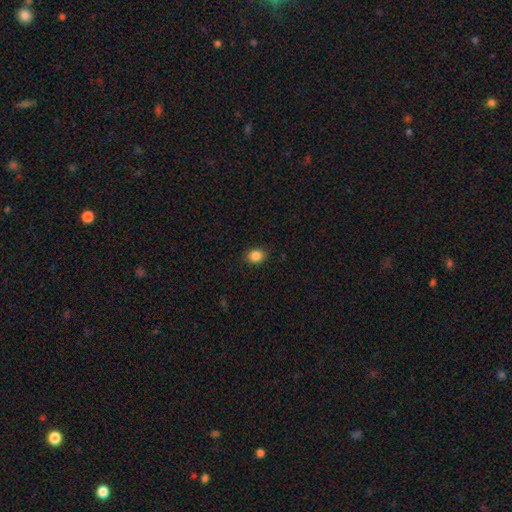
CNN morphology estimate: A smooth galaxy with no disk features (86%) that is round (59%). Merging: none (89%).